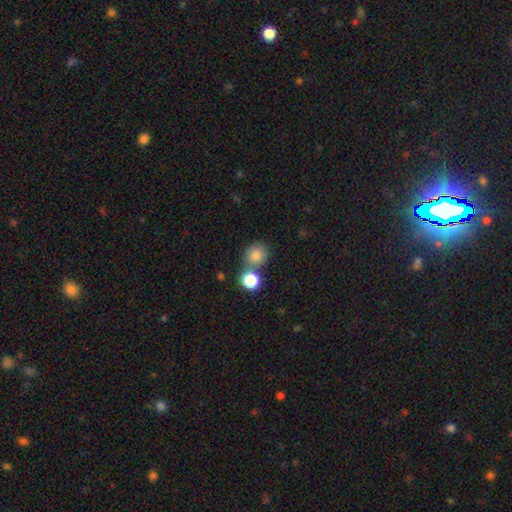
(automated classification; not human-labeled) smooth 82%, star or artifact 11%, featured or disk 7%. Down the decision tree: how rounded — round (77%); merging — none (61%).